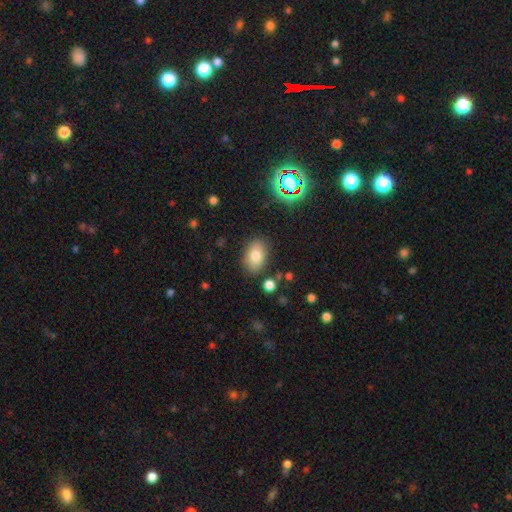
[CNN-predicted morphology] smooth 78%, featured or disk 11%, star or artifact 10%. Down the decision tree: how rounded — in between (85%); merging — none (84%).